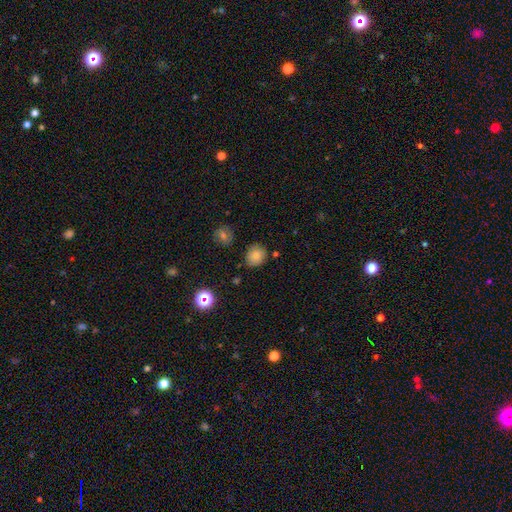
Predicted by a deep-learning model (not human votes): smooth 80%, star or artifact 13%, featured or disk 7%. Down the decision tree: how rounded — round (68%); merging — none (78%).